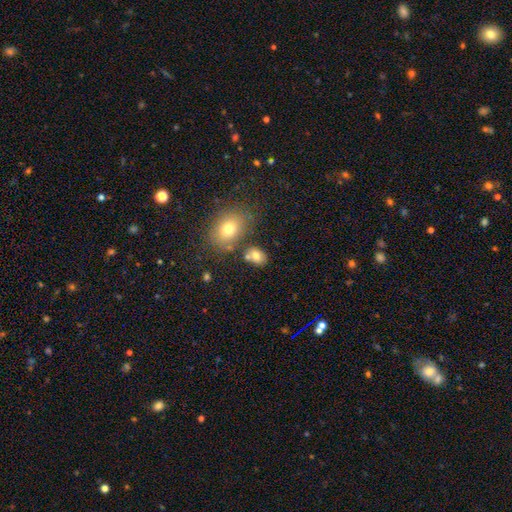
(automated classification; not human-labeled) Smooth or featured: smooth — 76% (featured or disk — 13%)
How rounded: in between — 66% (round — 32%)
Merging: none — 62% (merger — 20%)